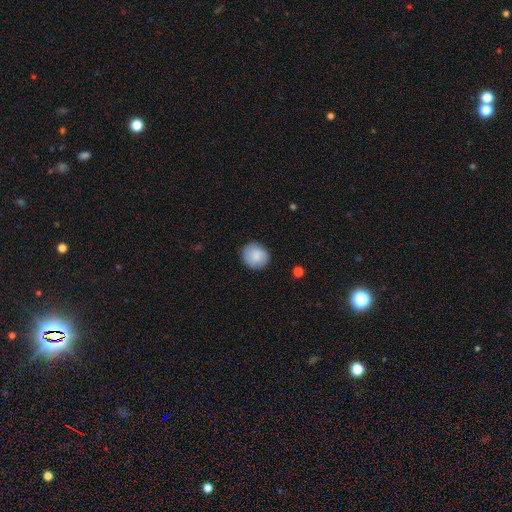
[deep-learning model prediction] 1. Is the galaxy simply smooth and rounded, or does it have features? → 81% smooth, 12% featured or disk, 7% star or artifact.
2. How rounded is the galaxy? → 86% round, 13% in between, 1% cigar-shaped.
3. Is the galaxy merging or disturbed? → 85% none, 11% minor disturbance, 3% major disturbance, 1% merger.